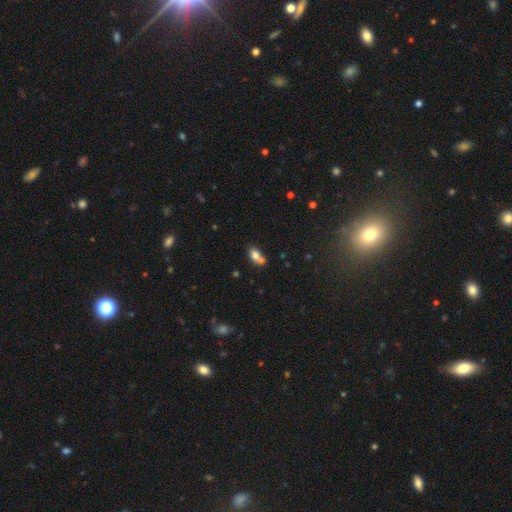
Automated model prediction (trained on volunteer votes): The model was most divided on "merging": merger: 51%, none: 33%, minor disturbance: 11%, major disturbance: 5%. More confident: how rounded — in between (78%); smooth or featured — smooth (76%).